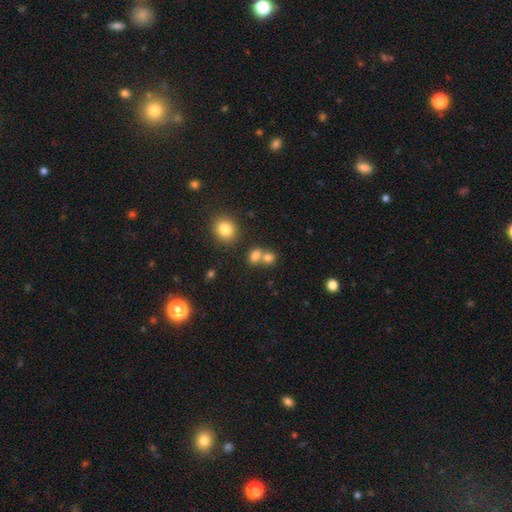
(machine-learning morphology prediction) Smooth or featured?
  - smooth: 78% *
  - star or artifact: 13%
  - featured or disk: 9%
How rounded?
  - round: 61% *
  - in between: 38%
  - cigar-shaped: 1%
Merging?
  - merger: 47% *
  - none: 42%
  - minor disturbance: 7%
  - major disturbance: 4%